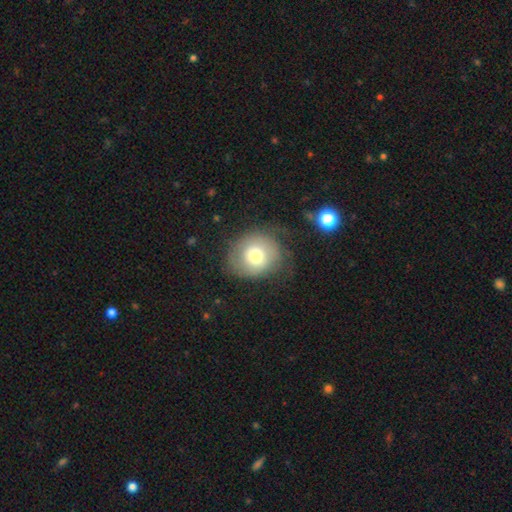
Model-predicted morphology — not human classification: A smooth galaxy with no disk features (68%) that is round (78%). Merging: none (60%).